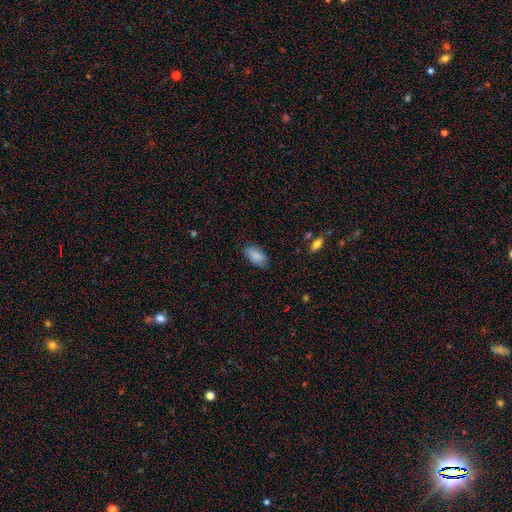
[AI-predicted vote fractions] Smooth or featured? Predicted: smooth (p=0.86). How rounded? Predicted: in between (p=0.93). Merging? Predicted: none (p=0.76).